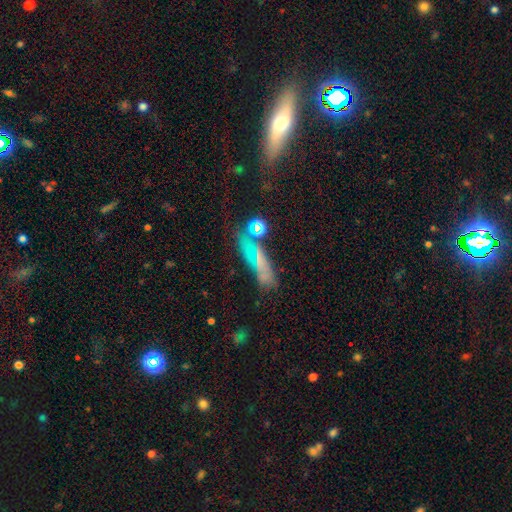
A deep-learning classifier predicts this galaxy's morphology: type=smooth (57%); roundness=cigar-shaped (54%); merging=none (76%).